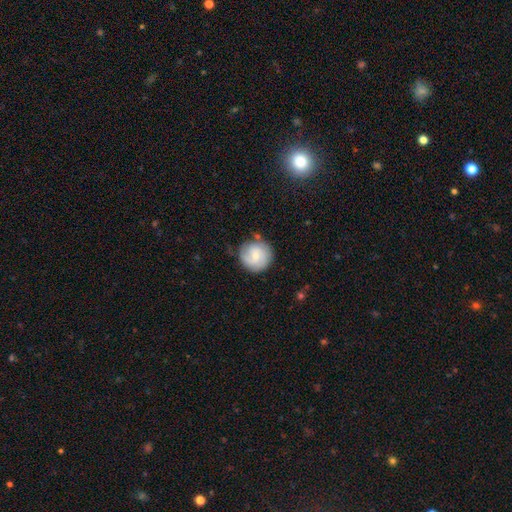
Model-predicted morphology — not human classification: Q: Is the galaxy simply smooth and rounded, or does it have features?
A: smooth — 48%.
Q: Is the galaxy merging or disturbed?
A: none — 74%.